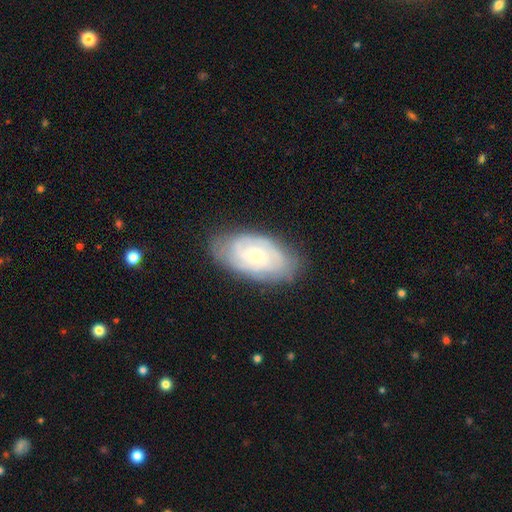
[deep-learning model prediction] featured or disk 73%, smooth 21%, star or artifact 6%. Down the decision tree: edge-on disk — no (95%); bar — no (77%); spiral arms — yes (88%); spiral arm count — can't tell (45%); spiral winding — tight (70%); bulge size — small (65%); merging — none (77%).